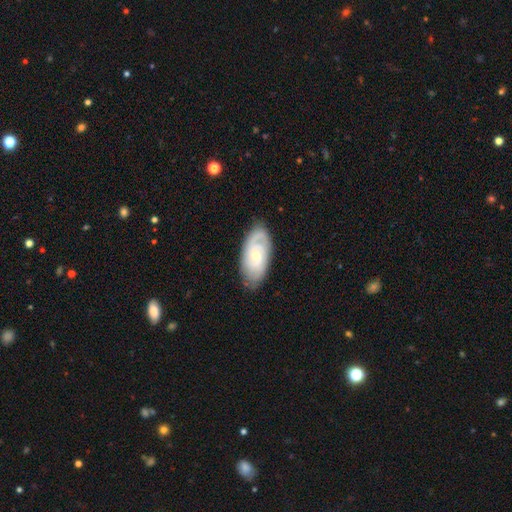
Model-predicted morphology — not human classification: The model was most divided on "spiral arm count": 2: 40%, can't tell: 32%, 3: 13%, 1: 8%, 4: 4%, more than 4: 3%. More confident: edge-on disk — no (94%); spiral arms — yes (92%); merging — none (79%); smooth or featured — featured or disk (77%); bar — no (67%); spiral winding — tight (63%); bulge size — small (62%).